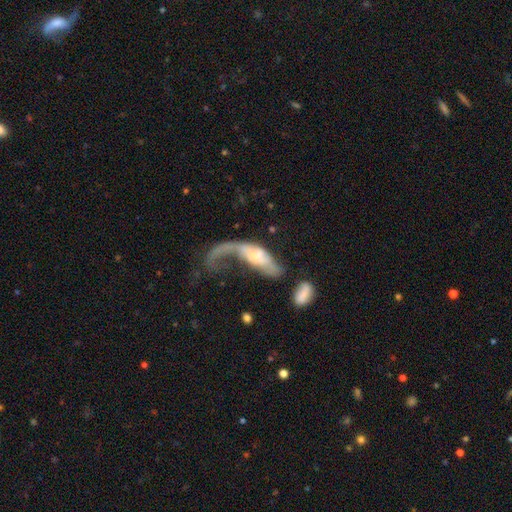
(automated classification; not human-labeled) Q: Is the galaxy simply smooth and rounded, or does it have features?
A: featured or disk — 60%.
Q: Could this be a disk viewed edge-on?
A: no — 83%.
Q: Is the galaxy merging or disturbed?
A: major disturbance — 61%.